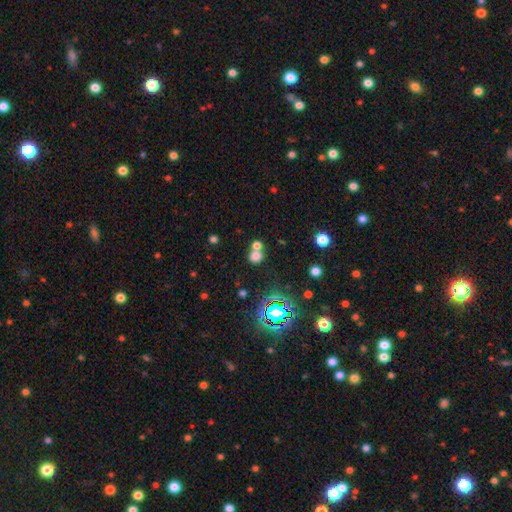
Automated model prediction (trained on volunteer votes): Smooth or featured: smooth — 71% (star or artifact — 19%)
How rounded: round — 75% (in between — 24%)
Merging: merger — 47% (none — 44%)